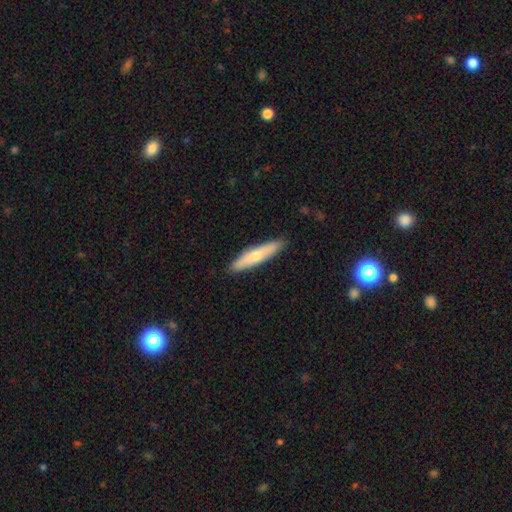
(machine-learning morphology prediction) Smooth or featured? smooth (62%)
How rounded? cigar-shaped (84%)
Merging? none (89%)